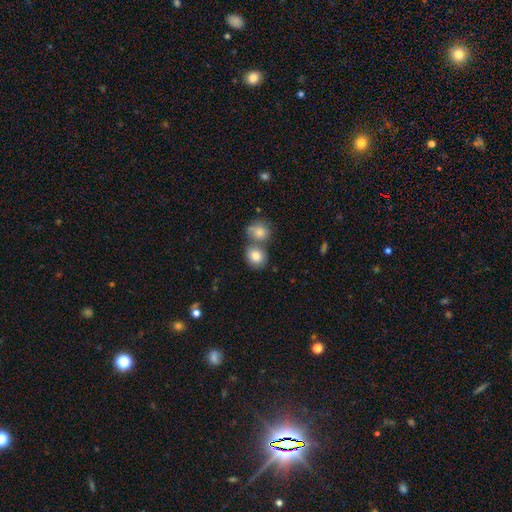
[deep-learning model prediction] smooth 83%, featured or disk 9%, star or artifact 8%. Down the decision tree: how rounded — round (65%); merging — none (47%).